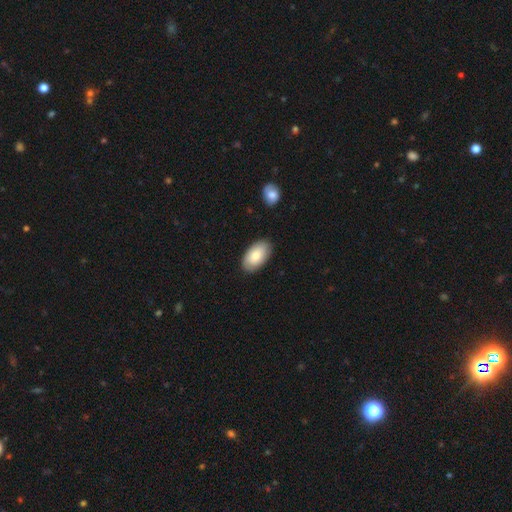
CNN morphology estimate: This appears to be a smooth galaxy with no disk features (77%) that is in between round and cigar-shaped (95%). Merging: none (86%).